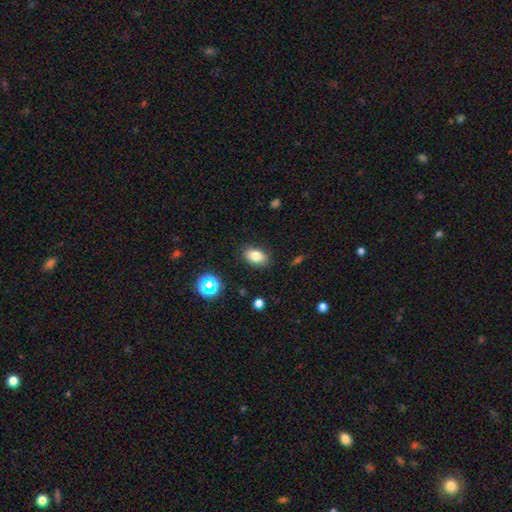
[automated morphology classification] smooth 79%, star or artifact 11%, featured or disk 9%. Down the decision tree: how rounded — in between (86%); merging — none (86%).